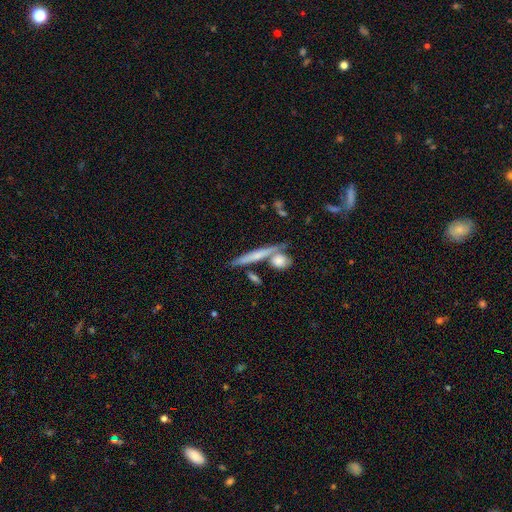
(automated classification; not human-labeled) A smooth galaxy with no disk features (55%) that is cigar-shaped (83%).

Vote fractions:
- Smooth or featured? smooth: 55% / featured or disk: 38% / star or artifact: 7%
- How rounded? cigar-shaped: 83% / in between: 11% / round: 6%
- Merging? none: 63% / merger: 20% / minor disturbance: 12% / major disturbance: 4%